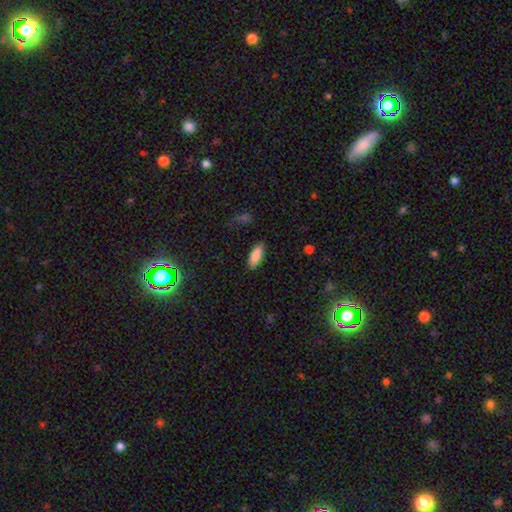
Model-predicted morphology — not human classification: type=smooth (87%); roundness=in between (75%); merging=none (85%).